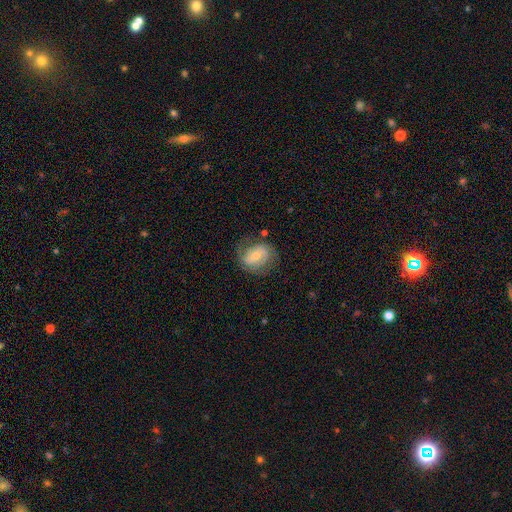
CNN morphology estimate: featured or disk 68%, smooth 25%, star or artifact 7%. Down the decision tree: edge-on disk — no (97%); bar — no (47%); spiral arms — yes (87%); spiral arm count — 2 (71%); spiral winding — medium (43%); bulge size — small (50%); merging — none (66%).